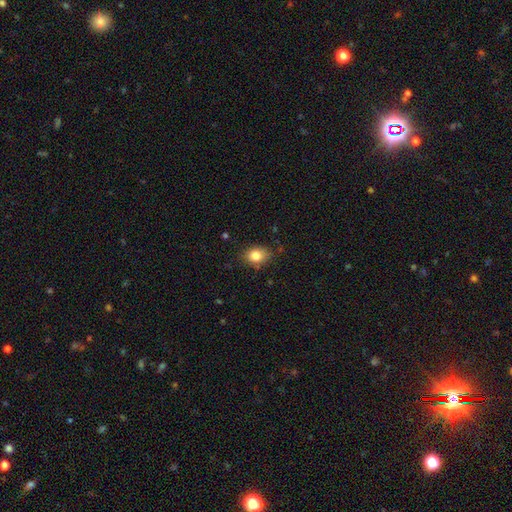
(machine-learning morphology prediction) smooth_or_featured: smooth (p=0.82) [alt: star or artifact p=0.10]
how_rounded: in between (p=0.62) [alt: round p=0.37]
merging: none (p=0.81) [alt: minor disturbance p=0.15]